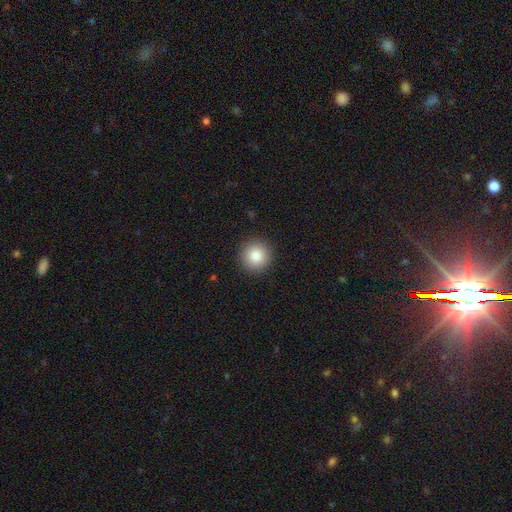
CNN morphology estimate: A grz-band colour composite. It shows a smooth galaxy with no disk features (85%) that is round (95%). Merging: none (92%).